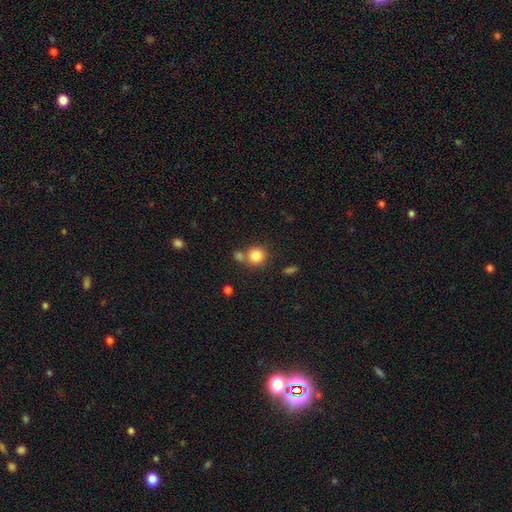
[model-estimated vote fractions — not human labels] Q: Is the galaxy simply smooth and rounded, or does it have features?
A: smooth — 83%.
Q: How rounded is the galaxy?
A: round — 89%.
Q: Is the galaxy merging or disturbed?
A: none — 61%.